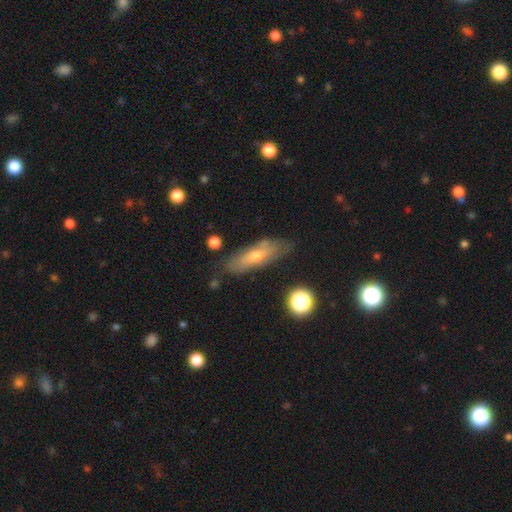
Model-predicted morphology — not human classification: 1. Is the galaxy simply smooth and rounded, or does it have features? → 51% smooth, 40% featured or disk, 9% star or artifact.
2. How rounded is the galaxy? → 52% cigar-shaped, 45% in between, 3% round.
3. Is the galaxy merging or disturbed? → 74% none, 18% minor disturbance, 5% major disturbance, 3% merger.